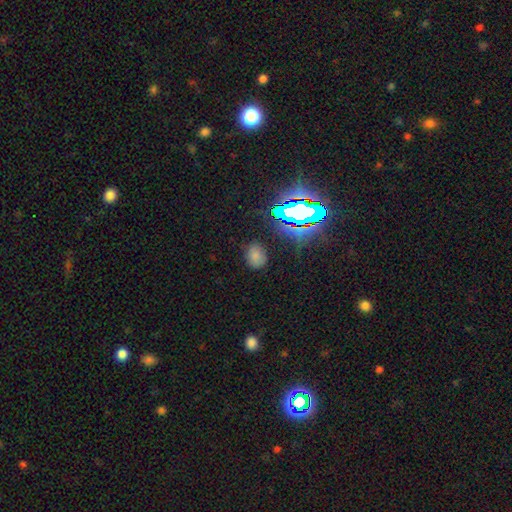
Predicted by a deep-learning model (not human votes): Smooth or featured? smooth (67%)
How rounded? in between (63%)
Merging? none (80%)